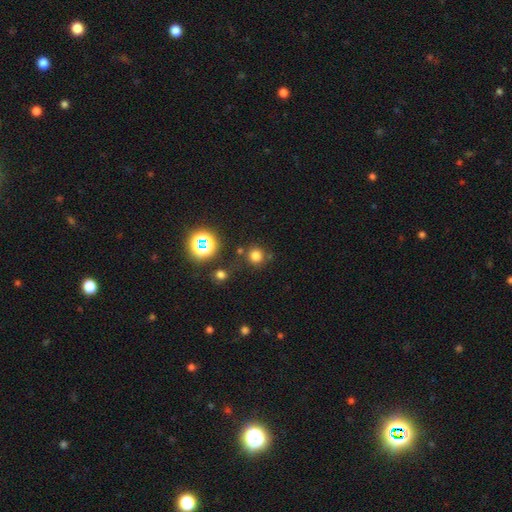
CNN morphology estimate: A smooth galaxy with no disk features (72%) that is round (93%). Merging: none (79%).